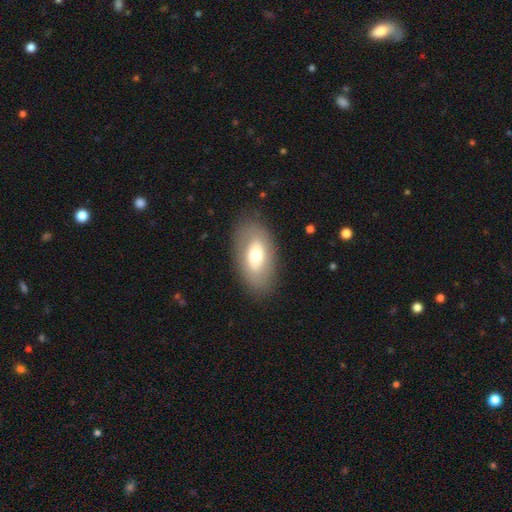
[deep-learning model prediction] Overall: smooth (60%; featured or disk 33%). How rounded: in between (92%). Merging: none (83%).